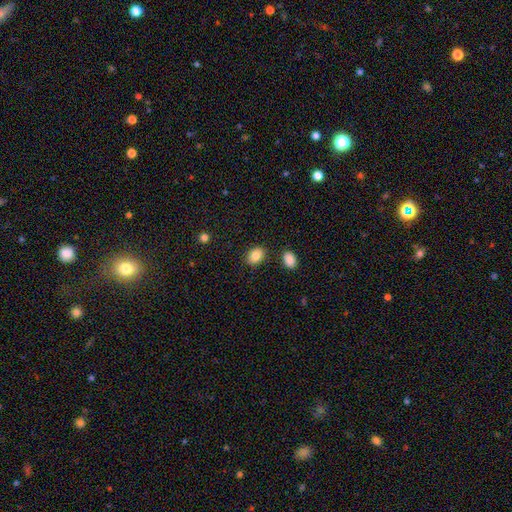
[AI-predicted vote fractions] Q: Smooth or featured?
A: smooth (86%); runner-up: star or artifact (8%)
Q: How rounded?
A: in between (74%); runner-up: round (25%)
Q: Merging?
A: none (83%); runner-up: minor disturbance (10%)